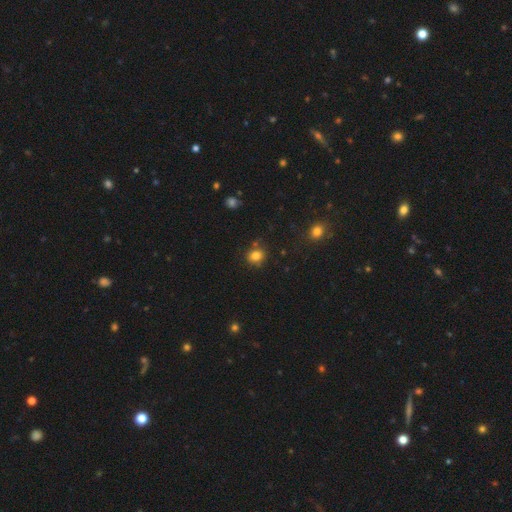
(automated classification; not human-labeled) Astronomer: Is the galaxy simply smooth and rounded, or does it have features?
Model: smooth — 81%.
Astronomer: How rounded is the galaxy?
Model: round — 74%.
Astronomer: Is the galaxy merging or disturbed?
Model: none — 78%.